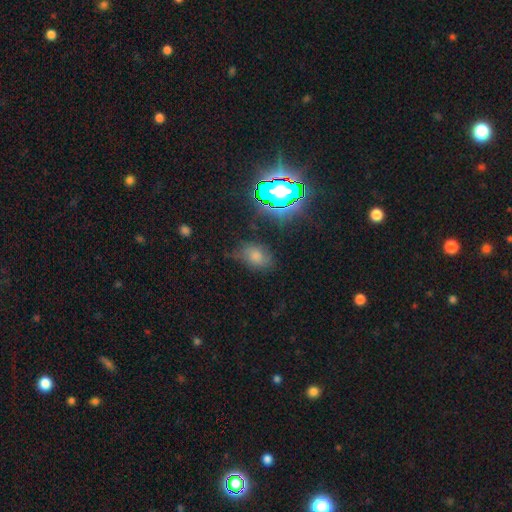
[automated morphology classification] Smooth or featured? smooth (58%)
How rounded? in between (79%)
Merging? none (53%)